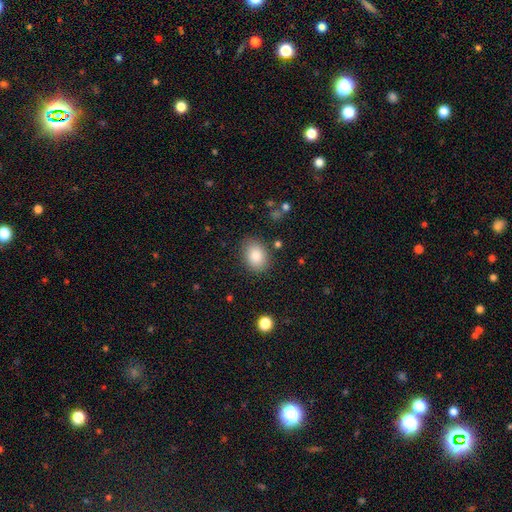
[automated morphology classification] Q: Smooth or featured?
A: smooth (86%); runner-up: star or artifact (8%)
Q: How rounded?
A: in between (75%); runner-up: round (24%)
Q: Merging?
A: none (83%); runner-up: minor disturbance (12%)